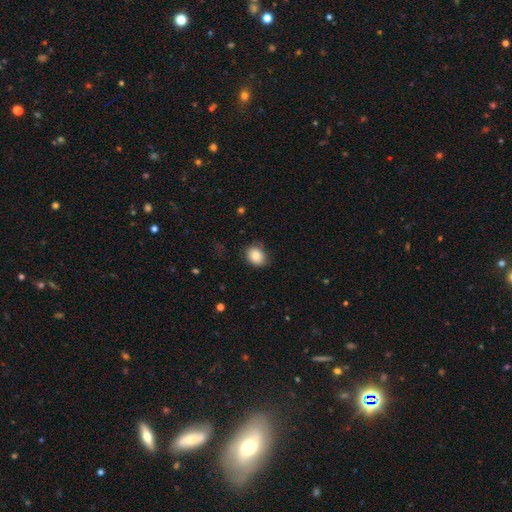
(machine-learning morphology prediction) smooth_or_featured: smooth (p=0.82) [alt: featured or disk p=0.09]
how_rounded: in between (p=0.52) [alt: round p=0.47]
merging: none (p=0.79) [alt: minor disturbance p=0.16]